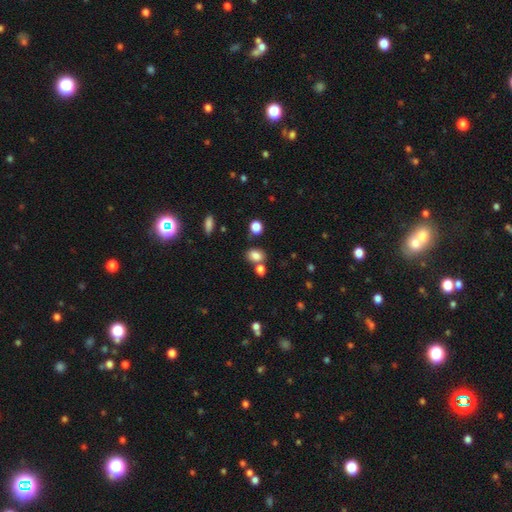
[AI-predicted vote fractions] Smooth or featured? smooth (81%)
How rounded? in between (66%)
Merging? none (61%)